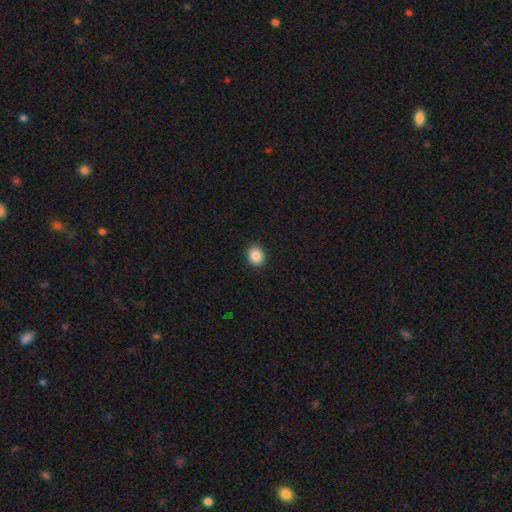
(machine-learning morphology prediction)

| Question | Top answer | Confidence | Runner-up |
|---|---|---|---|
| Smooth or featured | smooth | 88% | star or artifact (9%) |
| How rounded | round | 65% | in between (34%) |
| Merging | none | 91% | minor disturbance (6%) |